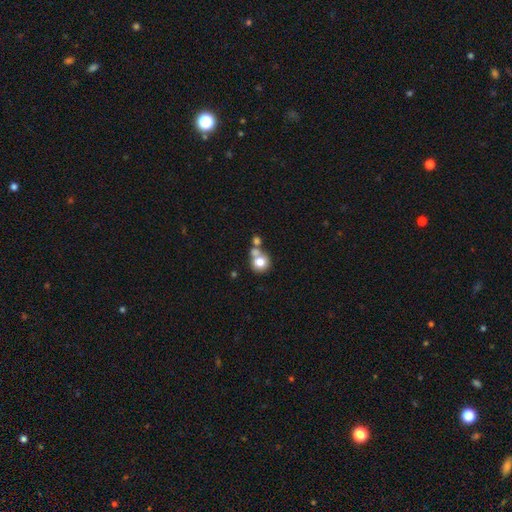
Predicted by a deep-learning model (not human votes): Smooth or featured?
  - smooth: 73% *
  - featured or disk: 15%
  - star or artifact: 12%
How rounded?
  - round: 84% *
  - in between: 15%
  - cigar-shaped: 1%
Merging?
  - merger: 44% *
  - none: 43%
  - minor disturbance: 8%
  - major disturbance: 4%